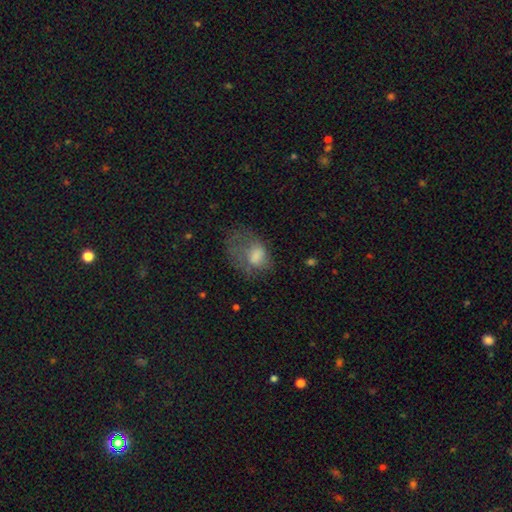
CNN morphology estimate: Smooth or featured? smooth (59%)
How rounded? in between (76%)
Merging? major disturbance (45%)